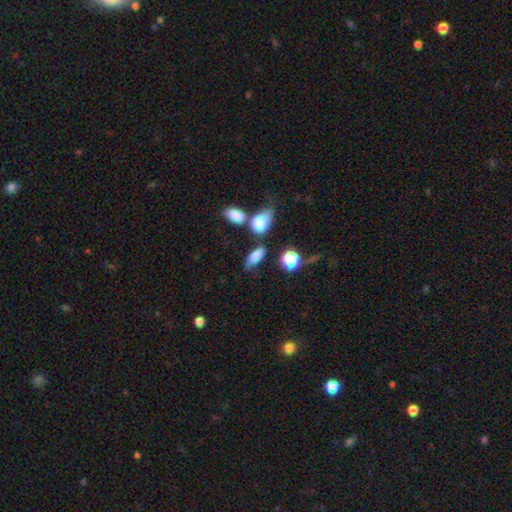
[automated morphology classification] Q: Smooth or featured?
A: smooth (77%); runner-up: star or artifact (12%)
Q: How rounded?
A: in between (76%); runner-up: cigar-shaped (16%)
Q: Merging?
A: none (51%); runner-up: minor disturbance (21%)